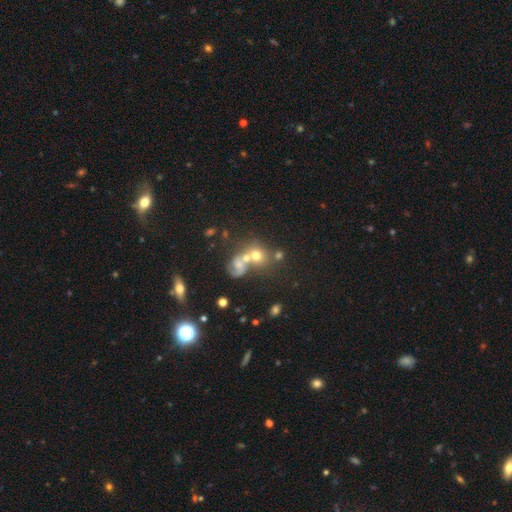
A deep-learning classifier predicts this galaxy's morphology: smooth-or-featured: smooth: 55% | featured or disk: 26% | star or artifact: 19%
  how-rounded: round: 70% | in between: 28% | cigar-shaped: 2%
  merging: merger: 49% | none: 35% | minor disturbance: 10% | major disturbance: 7%